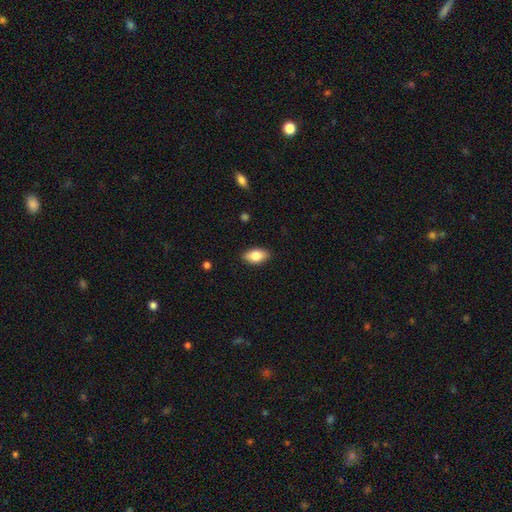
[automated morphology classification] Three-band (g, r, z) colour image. It shows a smooth galaxy with no disk features (82%) that is in between round and cigar-shaped (92%). Merging: none (88%).